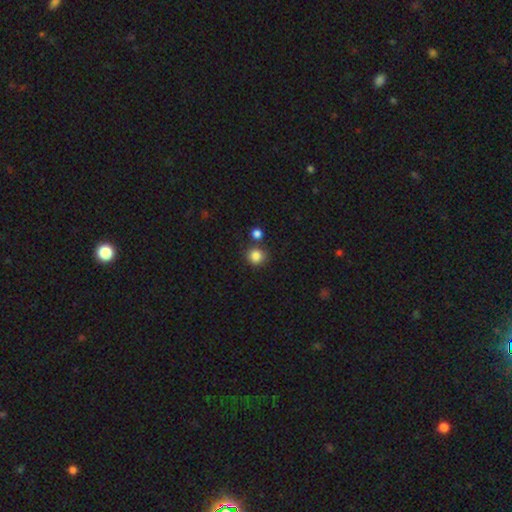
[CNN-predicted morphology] This appears to be a smooth galaxy with no disk features (85%) that is round (91%). Merging: none (78%).